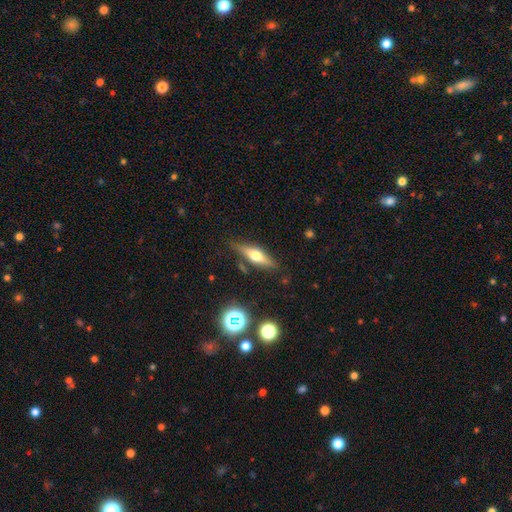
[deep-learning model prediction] Smooth or featured? featured or disk (50%)
Edge-on disk? yes (89%)
Merging? none (80%)